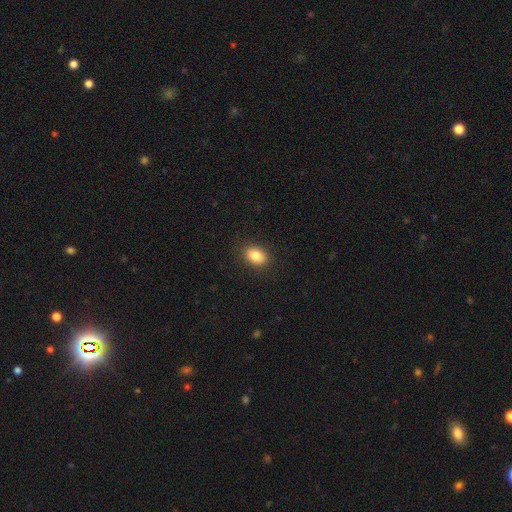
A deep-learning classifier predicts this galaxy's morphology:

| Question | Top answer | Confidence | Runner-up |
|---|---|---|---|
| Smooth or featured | smooth | 84% | star or artifact (9%) |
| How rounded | in between | 73% | round (26%) |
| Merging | none | 88% | minor disturbance (9%) |